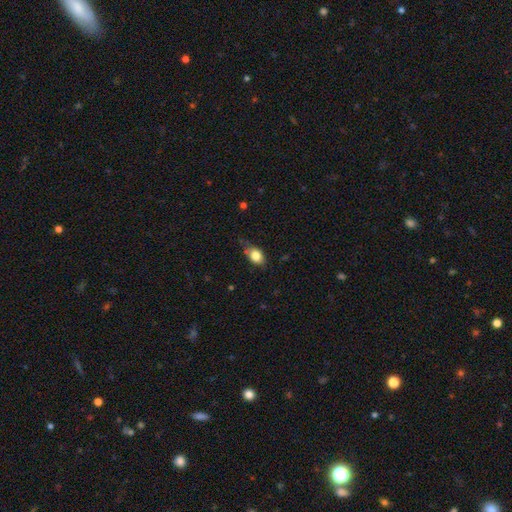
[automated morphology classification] Q: Smooth or featured?
A: smooth (81%); runner-up: featured or disk (10%)
Q: How rounded?
A: in between (74%); runner-up: round (24%)
Q: Merging?
A: none (57%); runner-up: minor disturbance (33%)